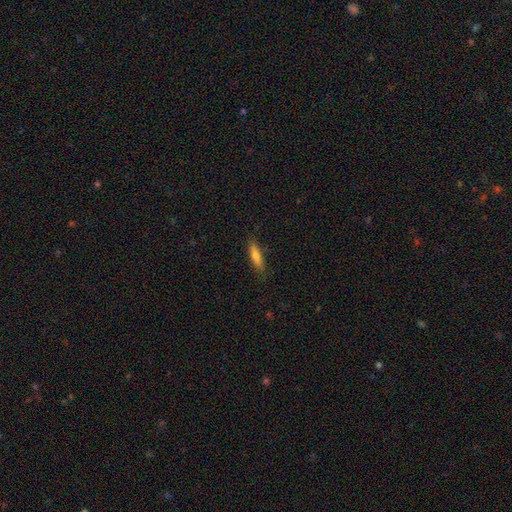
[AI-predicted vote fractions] smooth-or-featured: smooth: 72% | featured or disk: 21% | star or artifact: 7%
  how-rounded: cigar-shaped: 73% | in between: 25% | round: 2%
  merging: none: 84% | minor disturbance: 12% | major disturbance: 2% | merger: 1%